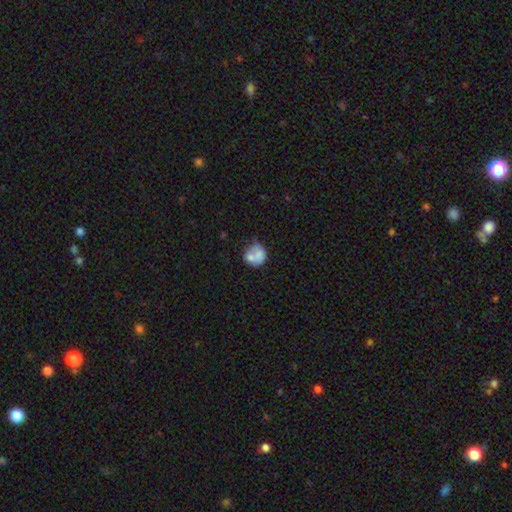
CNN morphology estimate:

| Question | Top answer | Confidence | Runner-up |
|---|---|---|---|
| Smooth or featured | smooth | 70% | featured or disk (22%) |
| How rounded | round | 69% | in between (30%) |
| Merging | merger | 45% | none (29%) |